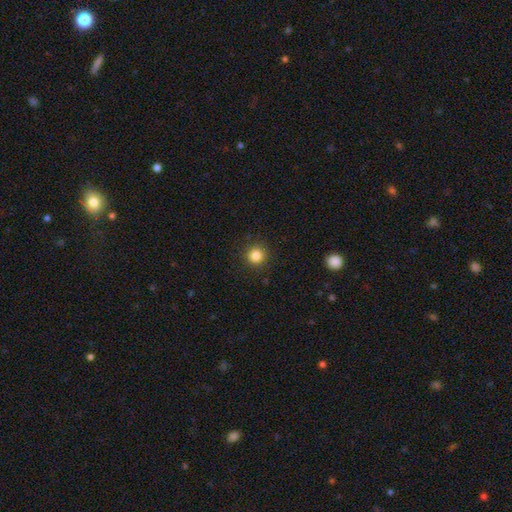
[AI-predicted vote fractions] smooth_or_featured: smooth (p=0.84) [alt: star or artifact p=0.12]
how_rounded: round (p=0.95) [alt: in between p=0.05]
merging: none (p=0.90) [alt: minor disturbance p=0.06]